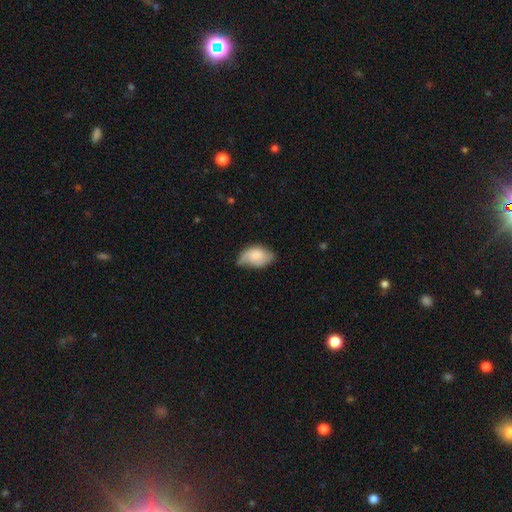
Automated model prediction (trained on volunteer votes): A smooth galaxy with no disk features (63%) that is in between round and cigar-shaped (91%).

Vote fractions:
- Smooth or featured? smooth: 63% / featured or disk: 30% / star or artifact: 7%
- How rounded? in between: 91% / round: 8% / cigar-shaped: 2%
- Merging? none: 43% (tied) / minor disturbance: 43% (tied) / major disturbance: 12% / merger: 2%